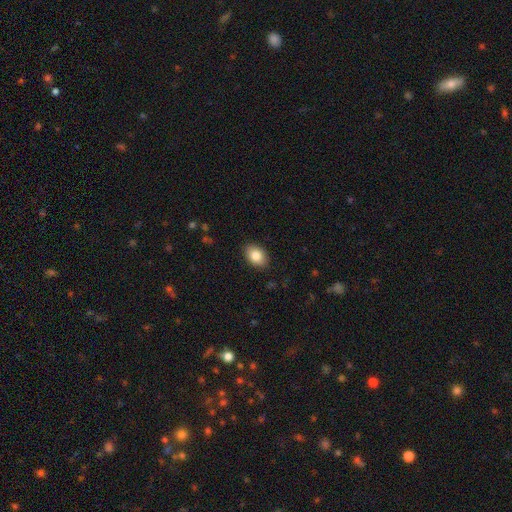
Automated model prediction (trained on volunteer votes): A smooth galaxy with no disk features (85%) that is in between round and cigar-shaped (83%).

Vote fractions:
- Smooth or featured? smooth: 85% / featured or disk: 8% / star or artifact: 7%
- How rounded? in between: 83% / round: 16% / cigar-shaped: 1%
- Merging? none: 88% / minor disturbance: 9% / major disturbance: 2% / merger: 1%